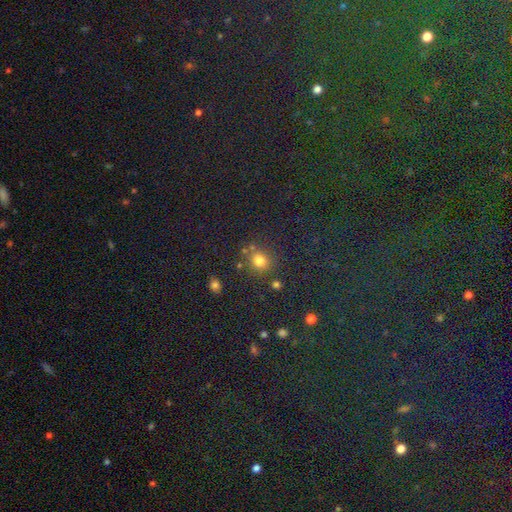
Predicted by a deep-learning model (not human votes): A smooth galaxy with no disk features (65%) that is round (87%).

Vote fractions:
- Smooth or featured? smooth: 65% / star or artifact: 28% / featured or disk: 6%
- How rounded? round: 87% / in between: 12% / cigar-shaped: 1%
- Merging? none: 81% / minor disturbance: 9% / merger: 7% / major disturbance: 3%